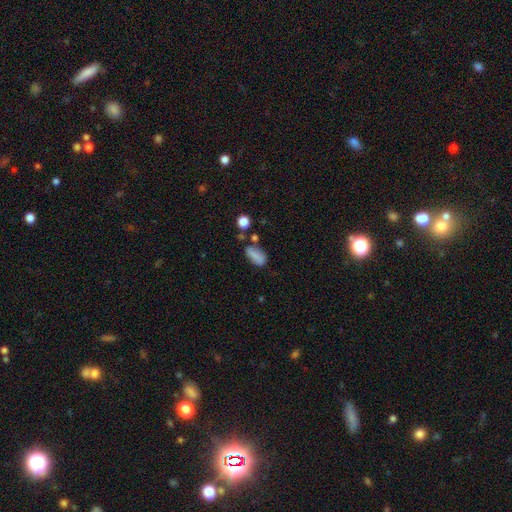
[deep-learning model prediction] smooth 78%, featured or disk 11%, star or artifact 10%. Down the decision tree: how rounded — in between (80%); merging — none (56%).